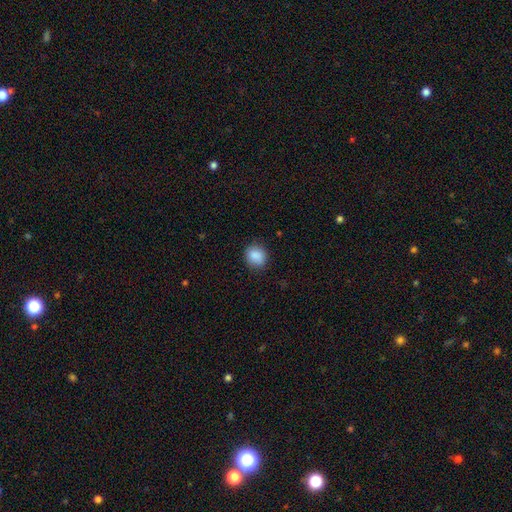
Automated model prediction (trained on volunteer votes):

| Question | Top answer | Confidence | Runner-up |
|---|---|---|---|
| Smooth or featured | smooth | 87% | star or artifact (8%) |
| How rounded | round | 74% | in between (25%) |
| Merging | none | 82% | minor disturbance (14%) |